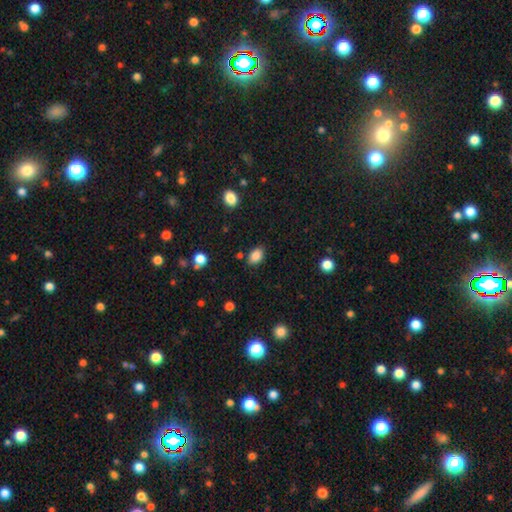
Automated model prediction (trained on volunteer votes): Smooth or featured? Predicted: smooth (p=0.86). How rounded? Predicted: in between (p=0.82). Merging? Predicted: none (p=0.82).